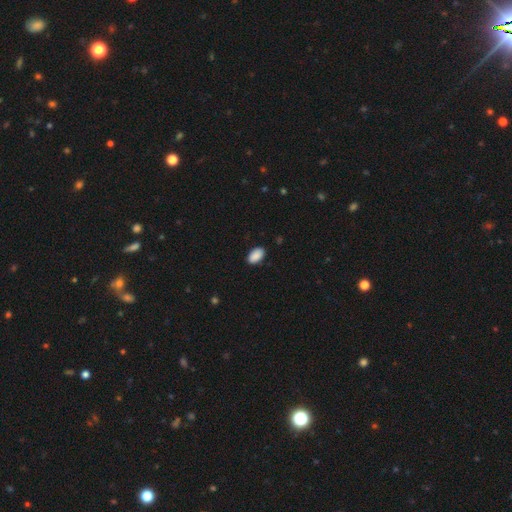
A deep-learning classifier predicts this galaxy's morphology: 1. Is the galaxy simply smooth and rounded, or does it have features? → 90% smooth, 7% star or artifact, 3% featured or disk.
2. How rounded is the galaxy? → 94% in between, 4% round, 2% cigar-shaped.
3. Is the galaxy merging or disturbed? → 88% none, 9% minor disturbance, 2% major disturbance, 1% merger.